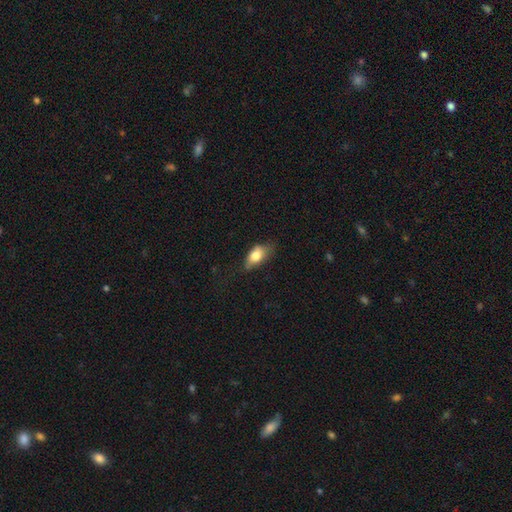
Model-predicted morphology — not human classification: smooth-or-featured: smooth: 75% | featured or disk: 18% | star or artifact: 7%
  how-rounded: in between: 84% | cigar-shaped: 8% | round: 7%
  merging: none: 49% | minor disturbance: 35% | major disturbance: 14% | merger: 2%